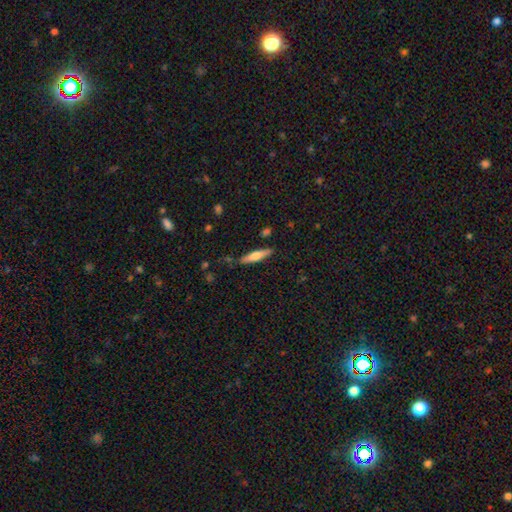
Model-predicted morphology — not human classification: This appears to be a smooth galaxy with no disk features (52%) that is cigar-shaped (82%). Merging: none (84%).